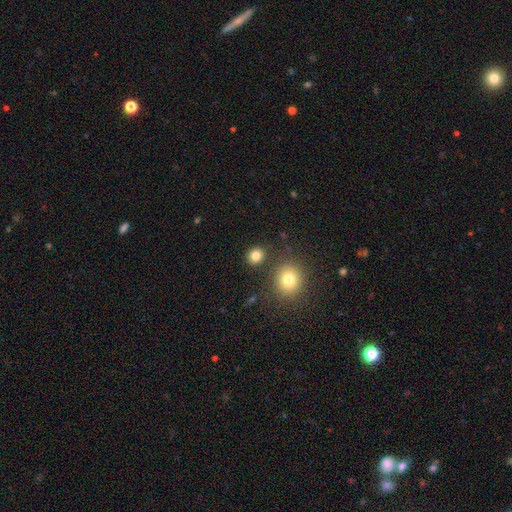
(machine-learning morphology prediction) This is clearly a smooth galaxy (81%). How rounded: likely round (73%). Merging: clearly none (84%).